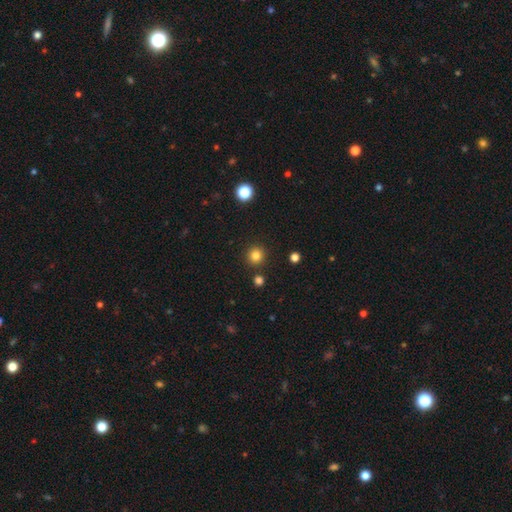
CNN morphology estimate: Overall: smooth (83%). How rounded: round (94%). Merging: none (89%).